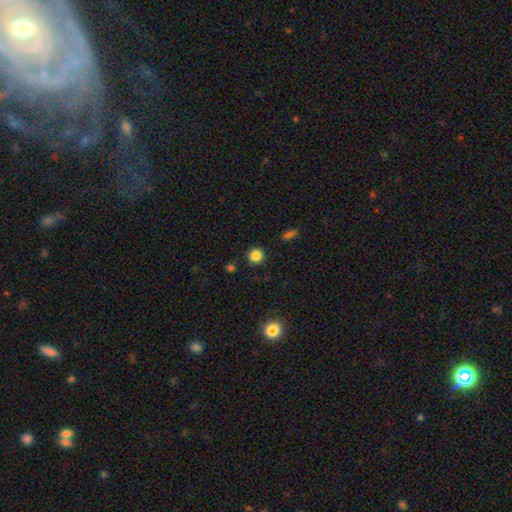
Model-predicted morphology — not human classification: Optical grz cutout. It shows a smooth galaxy with no disk features (84%) that is round (94%). Merging: none (88%).